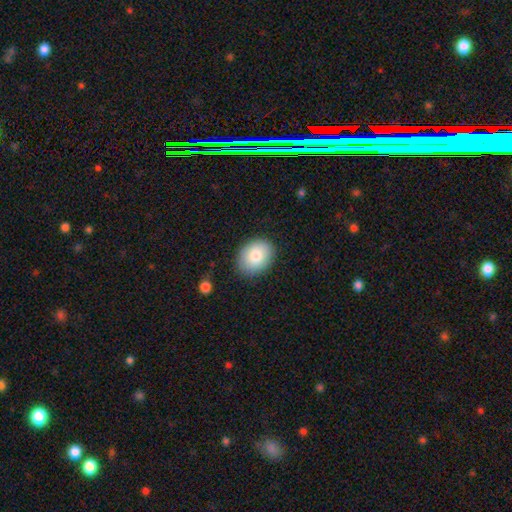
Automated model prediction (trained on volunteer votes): Q: Smooth or featured?
A: smooth (82%); runner-up: featured or disk (10%)
Q: How rounded?
A: in between (60%); runner-up: round (39%)
Q: Merging?
A: none (86%); runner-up: minor disturbance (10%)